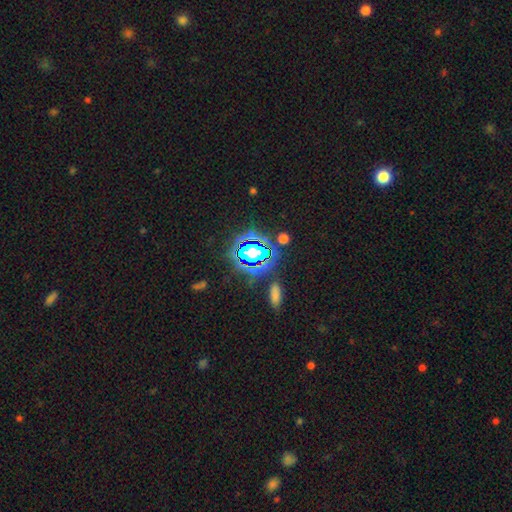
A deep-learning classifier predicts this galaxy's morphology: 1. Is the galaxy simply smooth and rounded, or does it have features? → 79% star or artifact, 14% smooth, 7% featured or disk.